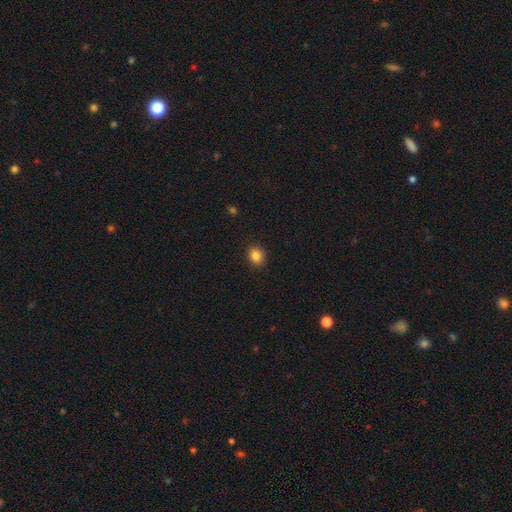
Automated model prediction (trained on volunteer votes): Q: Smooth or featured?
A: smooth (85%); runner-up: star or artifact (11%)
Q: How rounded?
A: round (70%); runner-up: in between (29%)
Q: Merging?
A: none (91%); runner-up: minor disturbance (6%)